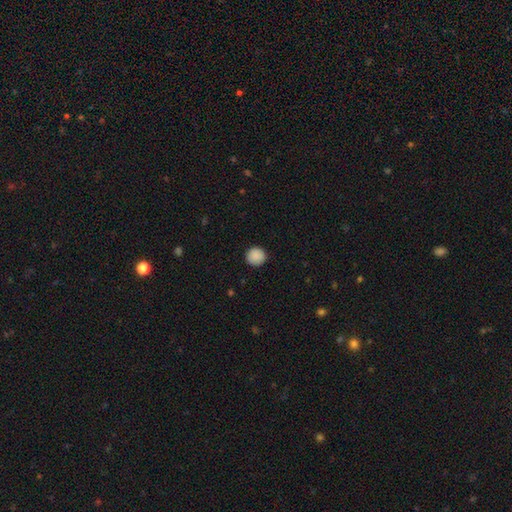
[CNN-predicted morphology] This is clearly a smooth galaxy (90%). How rounded: clearly round (95%). Merging: clearly none (92%).